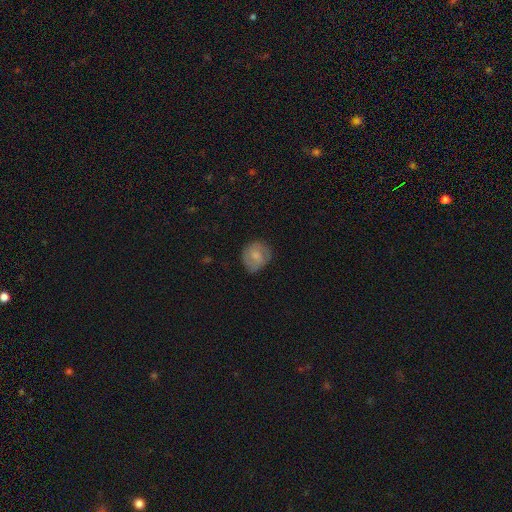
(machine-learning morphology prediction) Q: Smooth or featured?
A: featured or disk (46%); tied with: smooth (46%)
Q: Merging?
A: none (75%); runner-up: minor disturbance (18%)